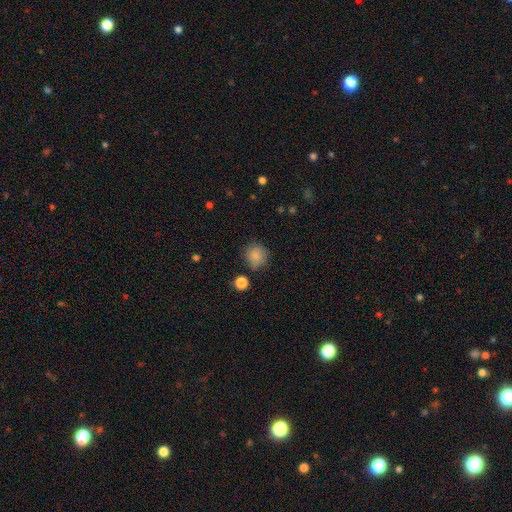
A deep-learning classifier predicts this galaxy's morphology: This is clearly a smooth galaxy (84%). How rounded: clearly round (89%). Merging: likely none (75%).